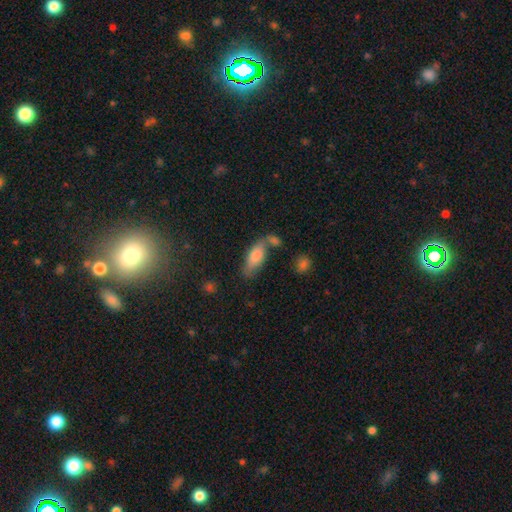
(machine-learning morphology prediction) This is likely a smooth galaxy (78%). How rounded: clearly in between (80%). Merging: marginally none (44%).